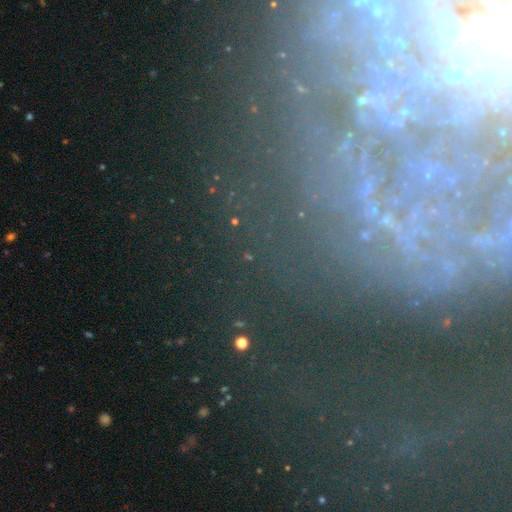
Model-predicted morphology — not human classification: Smooth or featured?
  - featured or disk: 53% *
  - star or artifact: 31%
  - smooth: 16%
Edge-on disk?
  - no: 87% *
  - yes: 13%
Merging?
  - none: 63% *
  - minor disturbance: 16%
  - major disturbance: 15%
  - merger: 6%